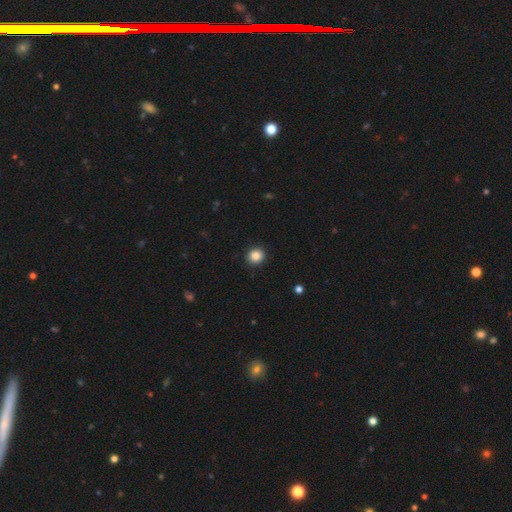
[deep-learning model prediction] Q: Smooth or featured?
A: smooth (86%); runner-up: star or artifact (10%)
Q: How rounded?
A: round (86%); runner-up: in between (13%)
Q: Merging?
A: none (92%); runner-up: minor disturbance (5%)